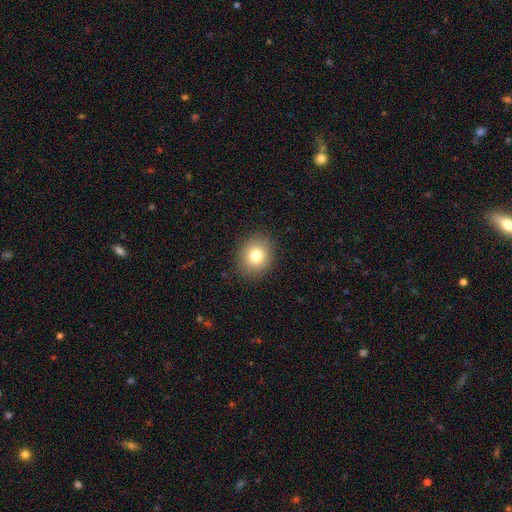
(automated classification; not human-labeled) A smooth galaxy with no disk features (79%) that is round (72%). Merging: none (89%).